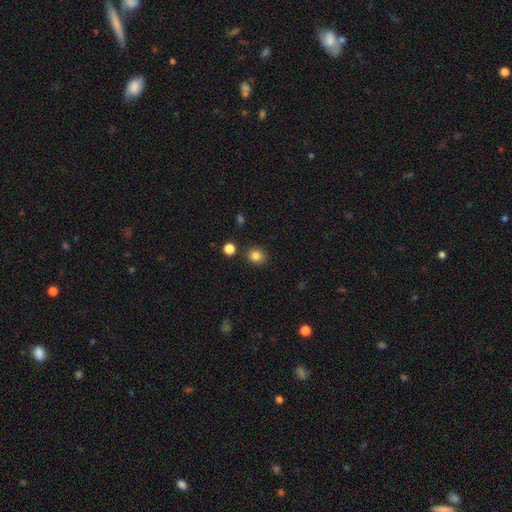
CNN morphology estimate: smooth 83%, star or artifact 12%, featured or disk 5%. Down the decision tree: how rounded — round (82%); merging — none (87%).